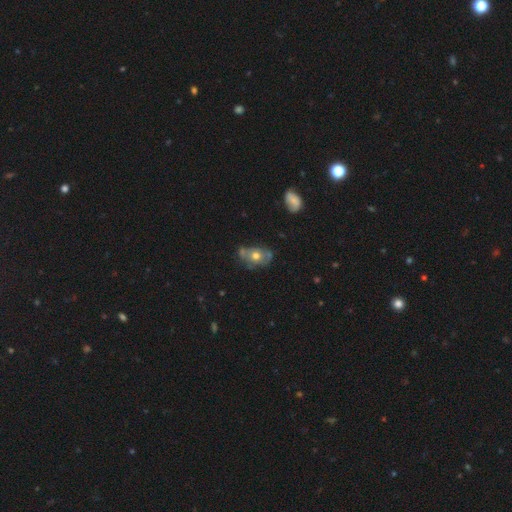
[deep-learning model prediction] A featured or disk galaxy (46%). Merging: none (46%).